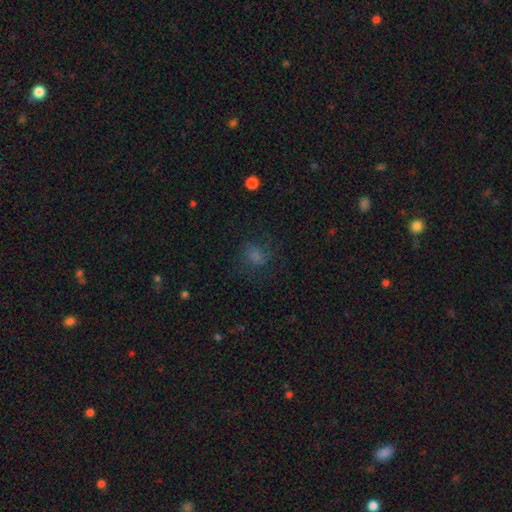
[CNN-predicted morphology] Overall: smooth (68%). How rounded: round (64%; in between 34%). Merging: none (64%).